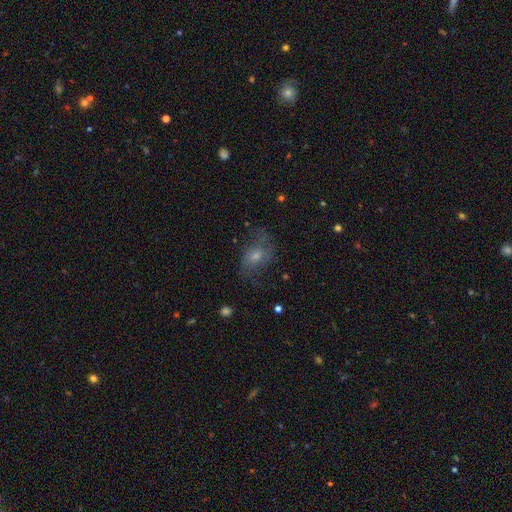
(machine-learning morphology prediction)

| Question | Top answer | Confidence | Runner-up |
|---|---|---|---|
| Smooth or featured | featured or disk | 48% | smooth (33%) |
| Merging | none | 60% | minor disturbance (21%) |